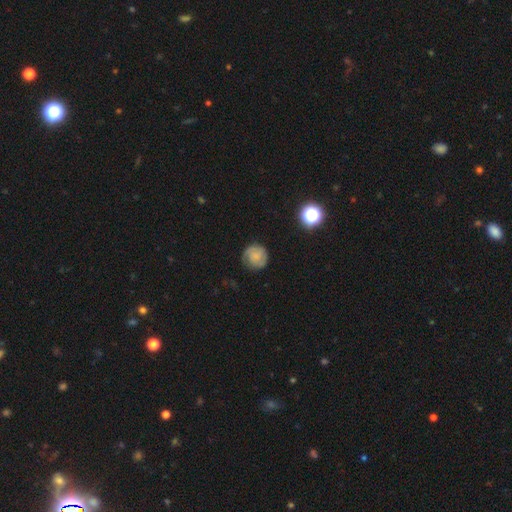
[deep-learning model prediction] A featured or disk galaxy (47%).

Vote fractions:
- Smooth or featured? featured or disk: 47% / smooth: 43% / star or artifact: 10%
- Merging? none: 77% / minor disturbance: 16% / major disturbance: 6% / merger: 1%